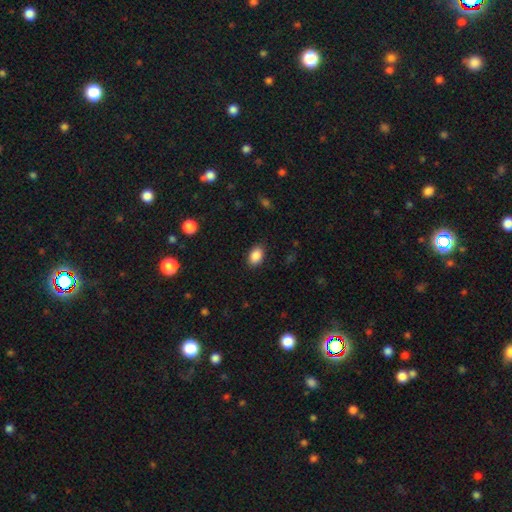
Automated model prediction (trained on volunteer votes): Smooth or featured? smooth (89%)
How rounded? in between (86%)
Merging? none (88%)